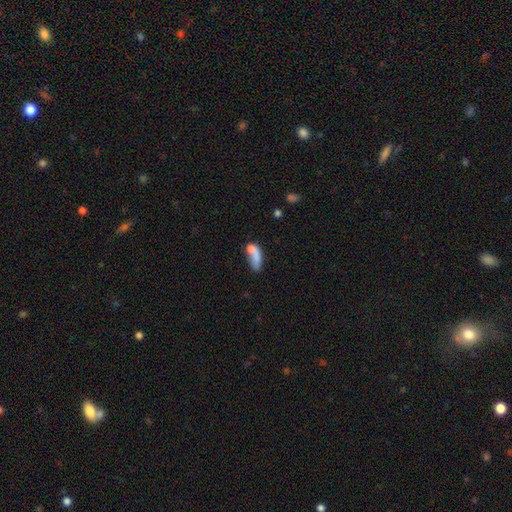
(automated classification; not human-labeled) Q: Smooth or featured?
A: smooth (70%); runner-up: featured or disk (20%)
Q: How rounded?
A: in between (73%); runner-up: cigar-shaped (20%)
Q: Merging?
A: merger (33%); runner-up: none (29%)